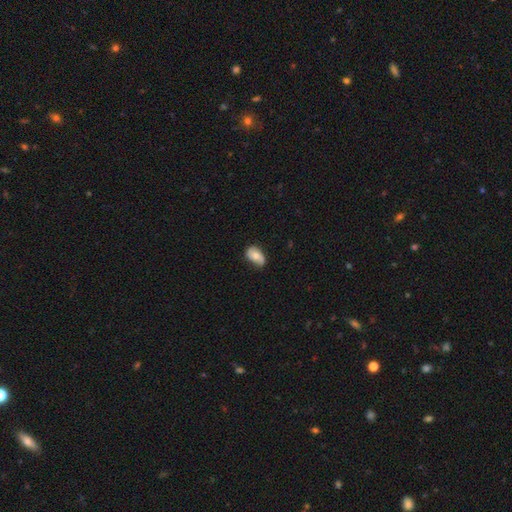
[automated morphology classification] Smooth or featured? smooth (67%)
How rounded? in between (90%)
Merging? none (58%)